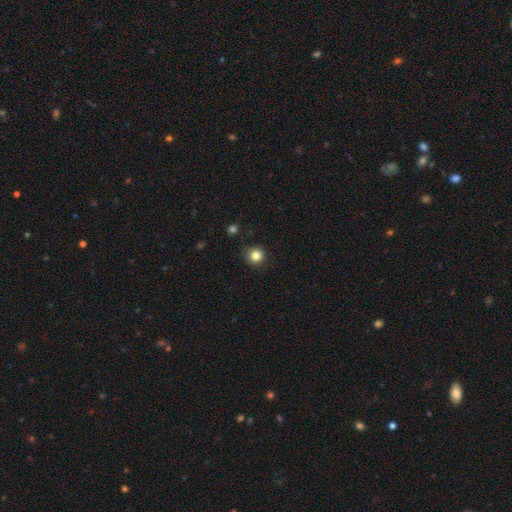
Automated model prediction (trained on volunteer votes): Smooth or featured? Predicted: smooth (p=0.83). How rounded? Predicted: round (p=0.94). Merging? Predicted: none (p=0.87).